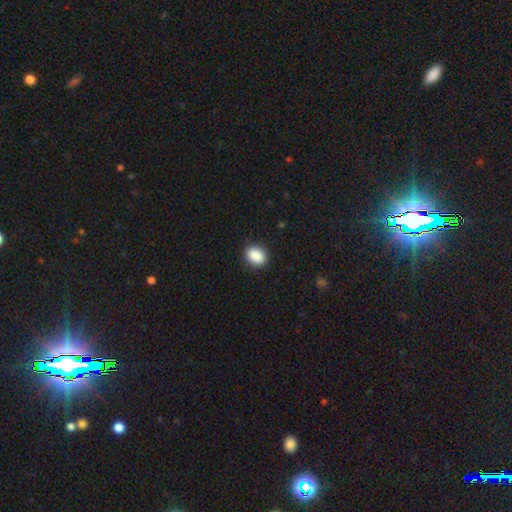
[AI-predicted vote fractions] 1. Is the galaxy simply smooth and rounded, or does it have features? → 90% smooth, 8% star or artifact, 3% featured or disk.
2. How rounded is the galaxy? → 61% in between, 38% round, 1% cigar-shaped.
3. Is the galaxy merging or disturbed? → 90% none, 7% minor disturbance, 2% major disturbance, 1% merger.